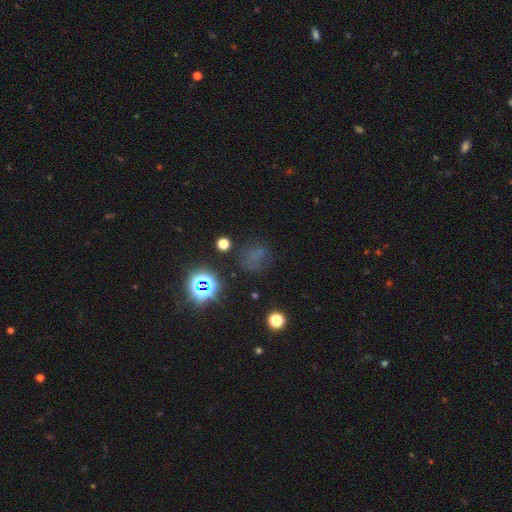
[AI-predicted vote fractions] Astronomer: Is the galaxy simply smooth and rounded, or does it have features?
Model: star or artifact — 48% (runner-up: smooth, 40%).